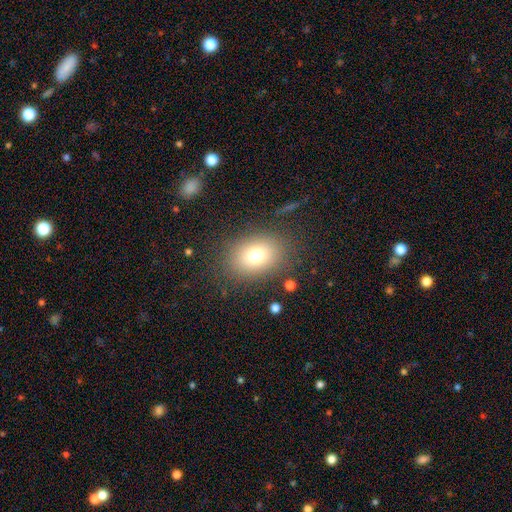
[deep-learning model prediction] smooth 75%, star or artifact 13%, featured or disk 12%. Down the decision tree: how rounded — in between (63%); merging — none (82%).